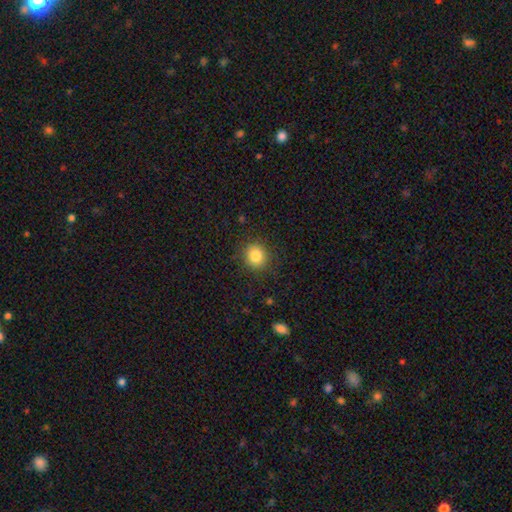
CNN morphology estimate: Smooth or featured? smooth (84%)
How rounded? round (84%)
Merging? none (88%)